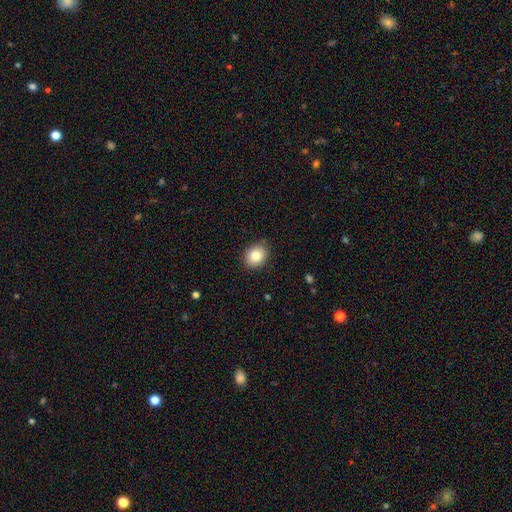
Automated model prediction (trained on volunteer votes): smooth_or_featured: smooth (p=0.82) [alt: star or artifact p=0.09]
how_rounded: round (p=0.55) [alt: in between p=0.44]
merging: none (p=0.87) [alt: minor disturbance p=0.10]